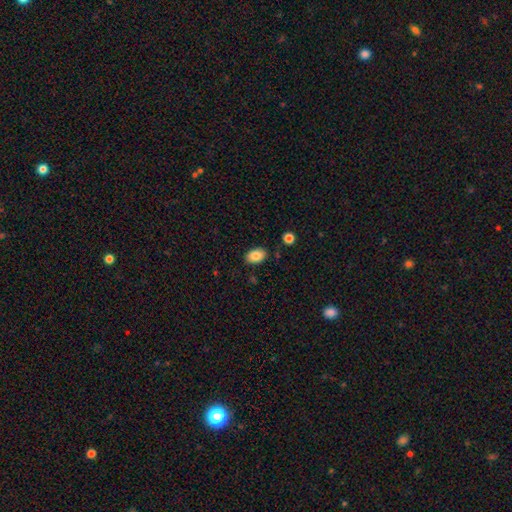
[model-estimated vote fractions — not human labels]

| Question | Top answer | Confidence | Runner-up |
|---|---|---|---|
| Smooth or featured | smooth | 85% | star or artifact (8%) |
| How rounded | in between | 88% | round (11%) |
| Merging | none | 84% | minor disturbance (12%) |